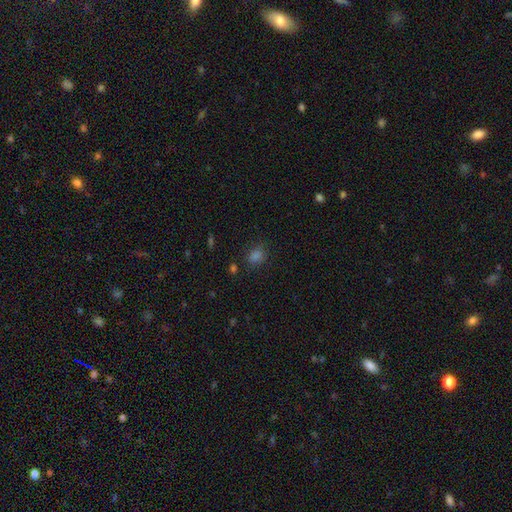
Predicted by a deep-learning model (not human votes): A smooth galaxy with no disk features (72%) that is in between round and cigar-shaped (51%).

Vote fractions:
- Smooth or featured? smooth: 72% / star or artifact: 24% / featured or disk: 5%
- How rounded? in between: 51% / round: 47% / cigar-shaped: 2%
- Merging? none: 82% / minor disturbance: 11% / major disturbance: 4% / merger: 3%